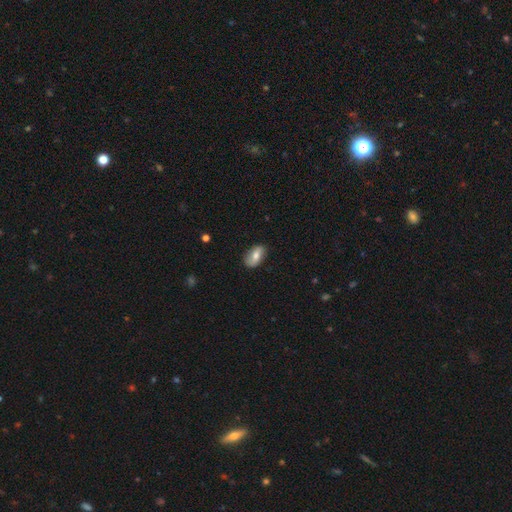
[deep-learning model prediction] smooth 59%, featured or disk 34%, star or artifact 7%. Down the decision tree: how rounded — in between (89%); merging — none (81%).